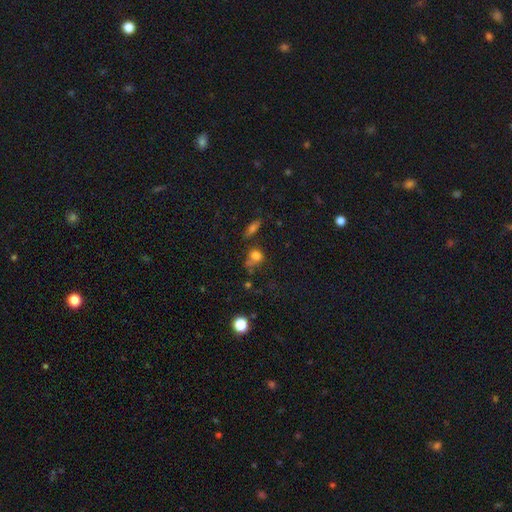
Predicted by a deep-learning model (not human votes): Smooth or featured? smooth (73%)
How rounded? round (67%)
Merging? none (52%)